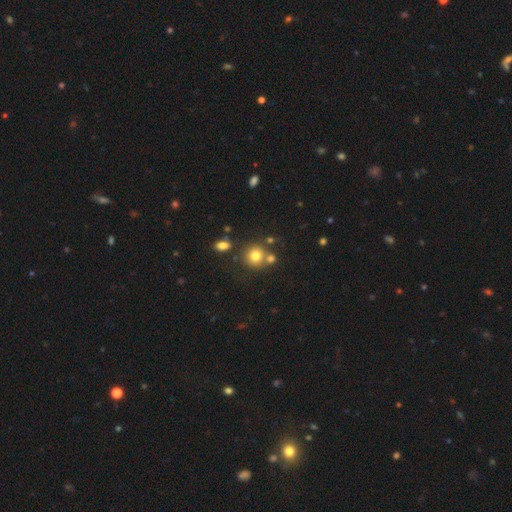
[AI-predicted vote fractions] Q: Smooth or featured?
A: smooth (77%); runner-up: star or artifact (13%)
Q: How rounded?
A: round (88%); runner-up: in between (11%)
Q: Merging?
A: none (65%); runner-up: merger (21%)